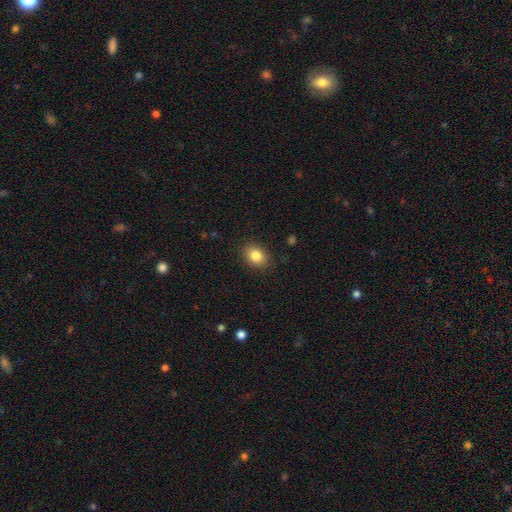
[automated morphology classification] Overall: smooth (84%). How rounded: in between (58%; round 41%). Merging: none (87%).